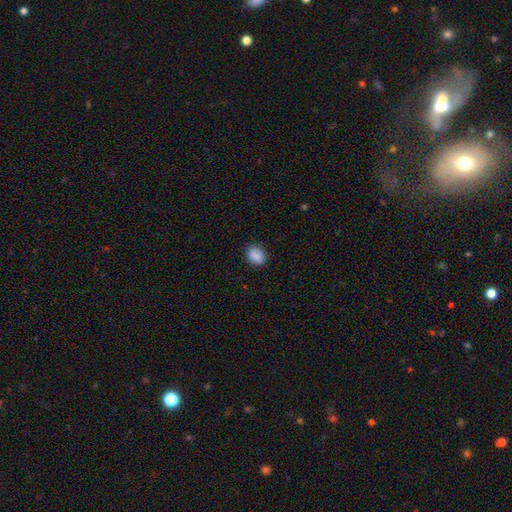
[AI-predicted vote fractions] smooth-or-featured: smooth: 88% | star or artifact: 8% | featured or disk: 4%
  how-rounded: in between: 59% | round: 40% | cigar-shaped: 1%
  merging: none: 84% | minor disturbance: 12% | major disturbance: 3% | merger: 1%